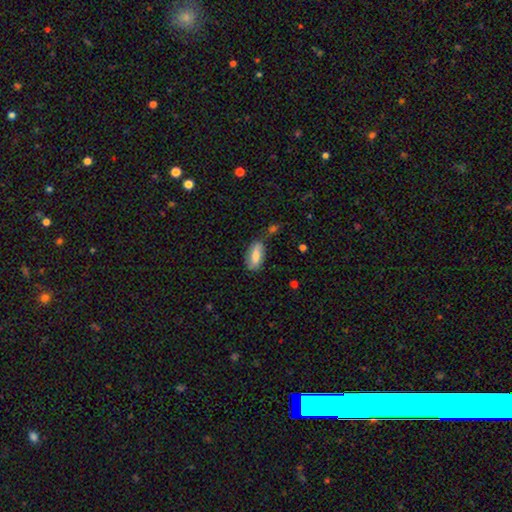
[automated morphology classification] Smooth or featured?
  - smooth: 75% *
  - featured or disk: 19%
  - star or artifact: 7%
How rounded?
  - in between: 85% *
  - cigar-shaped: 12%
  - round: 3%
Merging?
  - none: 65% *
  - minor disturbance: 24%
  - merger: 6%
  - major disturbance: 5%